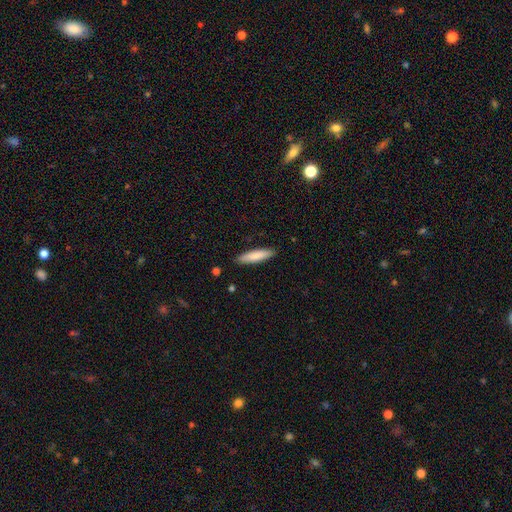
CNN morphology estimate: This appears to be a smooth galaxy with no disk features (83%) that is cigar-shaped (78%). Merging: none (89%).